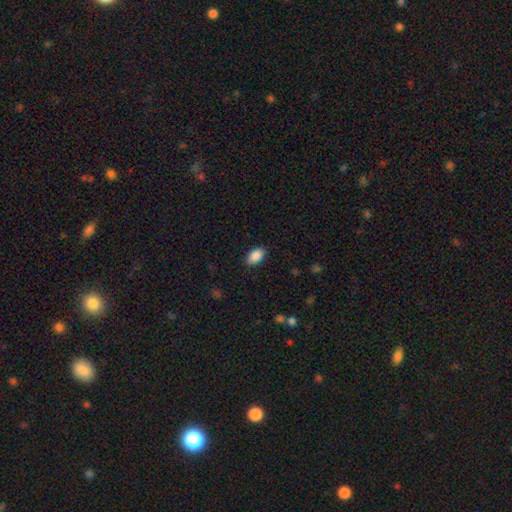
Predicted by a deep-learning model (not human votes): A smooth galaxy with no disk features (89%) that is in between round and cigar-shaped (90%).

Vote fractions:
- Smooth or featured? smooth: 89% / star or artifact: 7% / featured or disk: 4%
- How rounded? in between: 90% / round: 8% / cigar-shaped: 1%
- Merging? none: 86% / minor disturbance: 11% / major disturbance: 2% / merger: 1%